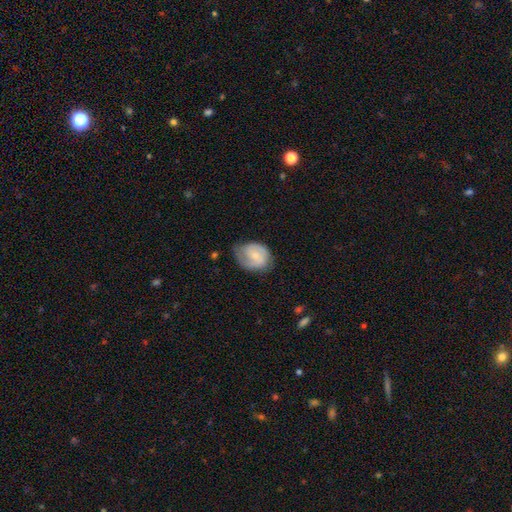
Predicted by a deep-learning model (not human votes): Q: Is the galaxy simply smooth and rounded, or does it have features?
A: featured or disk — 52%.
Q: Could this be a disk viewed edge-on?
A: no — 97%.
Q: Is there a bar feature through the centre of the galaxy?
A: no — 60%.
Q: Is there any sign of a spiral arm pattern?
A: yes — 80%.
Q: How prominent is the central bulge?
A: small — 62%.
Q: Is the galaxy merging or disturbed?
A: none — 50%.